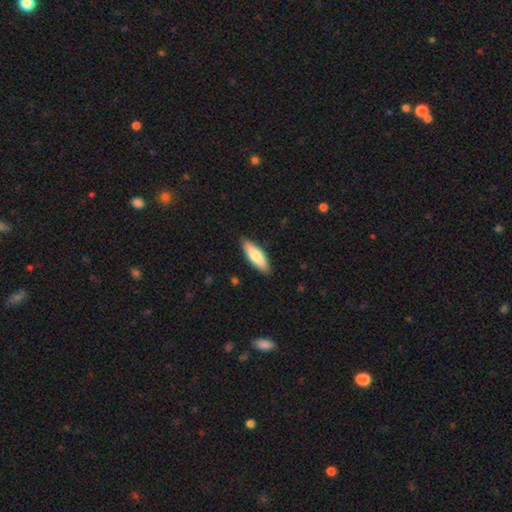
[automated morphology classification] Smooth or featured: smooth — 75% (featured or disk — 20%)
How rounded: in between — 58% (cigar-shaped — 40%)
Merging: none — 87% (minor disturbance — 10%)